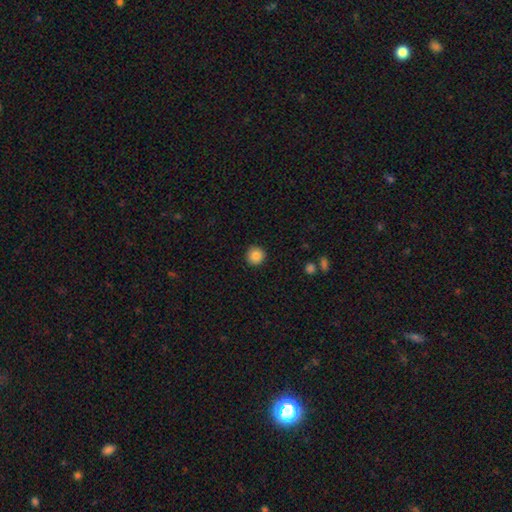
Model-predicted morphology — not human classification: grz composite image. It shows a smooth galaxy with no disk features (85%) that is round (95%). Merging: none (92%).